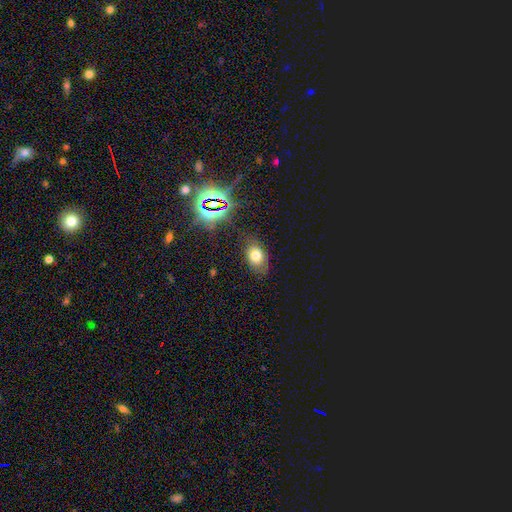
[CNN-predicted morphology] A smooth galaxy with no disk features (69%) that is in between round and cigar-shaped (81%). Merging: none (75%).